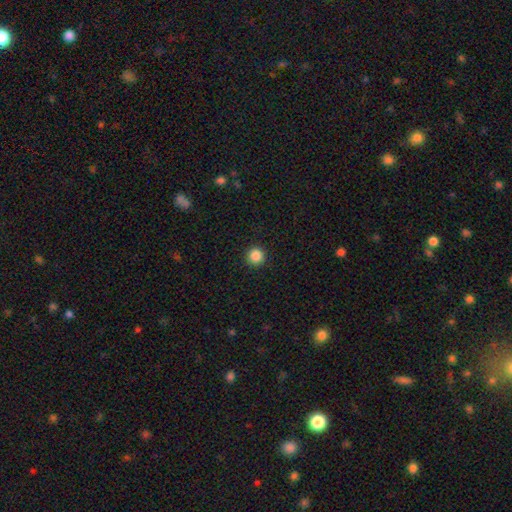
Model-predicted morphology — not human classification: A smooth galaxy with no disk features (86%) that is round (95%). Merging: none (93%).